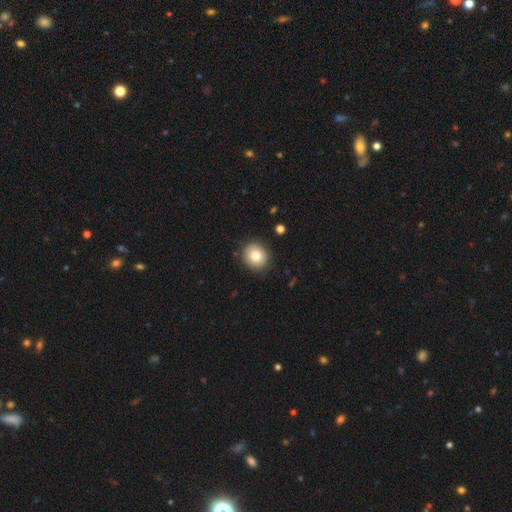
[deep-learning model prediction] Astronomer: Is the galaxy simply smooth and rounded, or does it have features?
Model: smooth — 81%.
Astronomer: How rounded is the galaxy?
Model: round — 83%.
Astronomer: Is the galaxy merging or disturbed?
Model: none — 88%.